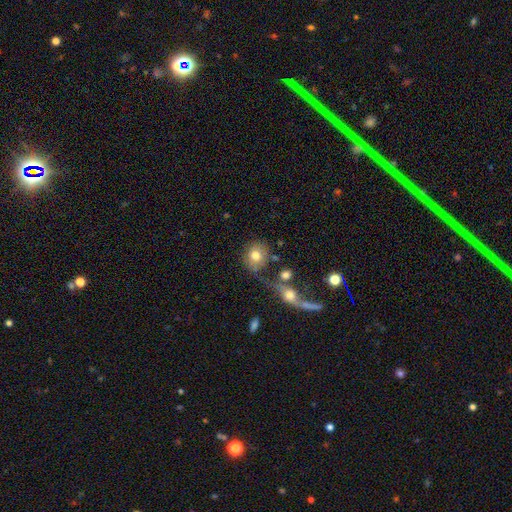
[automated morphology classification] smooth_or_featured: smooth (p=0.75) [alt: featured or disk p=0.17]
how_rounded: round (p=0.75) [alt: in between p=0.23]
merging: none (p=0.58) [alt: merger p=0.17]